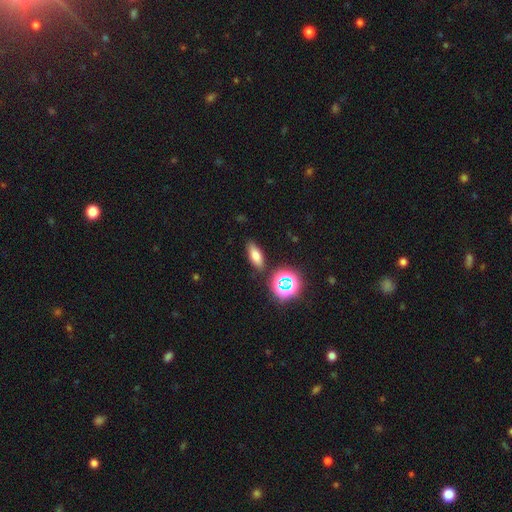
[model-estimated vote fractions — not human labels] Overall: smooth (69%). How rounded: in between (69%). Merging: none (84%).